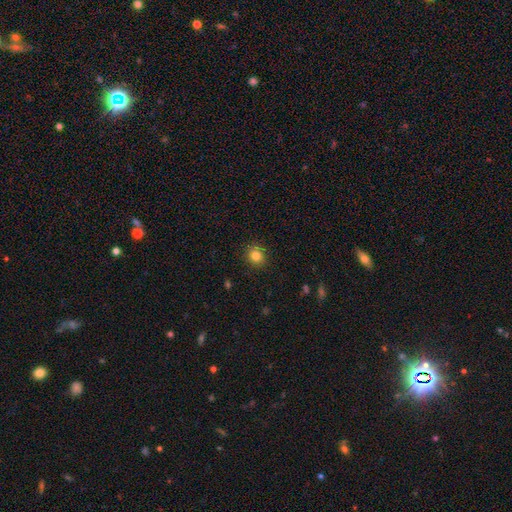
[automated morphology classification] Smooth or featured: smooth — 82% (star or artifact — 12%)
How rounded: round — 84% (in between — 15%)
Merging: none — 90% (minor disturbance — 7%)